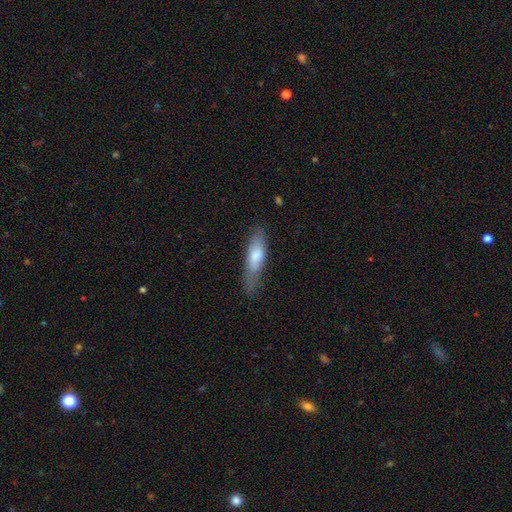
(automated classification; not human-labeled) A smooth galaxy with no disk features (73%) that is cigar-shaped (57%).

Vote fractions:
- Smooth or featured? smooth: 73% / featured or disk: 21% / star or artifact: 6%
- How rounded? cigar-shaped: 57% / in between: 41% / round: 2%
- Merging? none: 62% / minor disturbance: 28% / major disturbance: 9% / merger: 2%